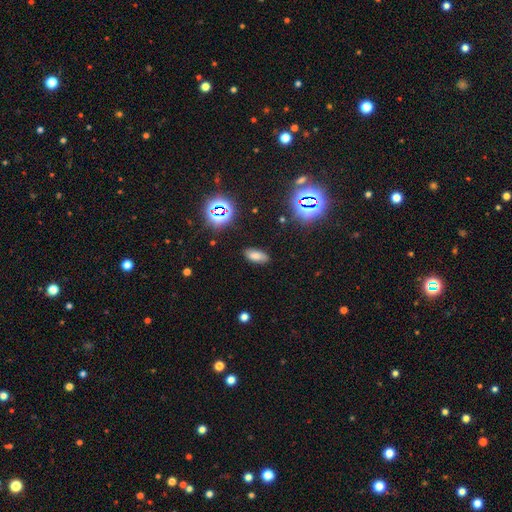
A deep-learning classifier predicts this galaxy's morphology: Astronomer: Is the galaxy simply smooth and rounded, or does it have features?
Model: smooth — 71%.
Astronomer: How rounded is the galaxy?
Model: in between — 88%.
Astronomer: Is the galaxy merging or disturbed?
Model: none — 86%.